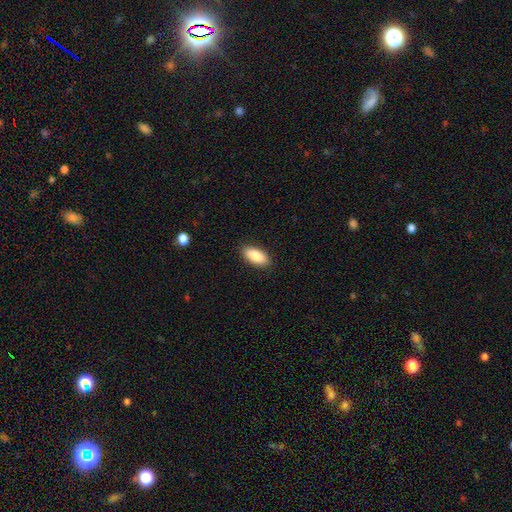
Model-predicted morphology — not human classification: Smooth or featured? Predicted: smooth (p=0.88). How rounded? Predicted: in between (p=0.89). Merging? Predicted: none (p=0.89).